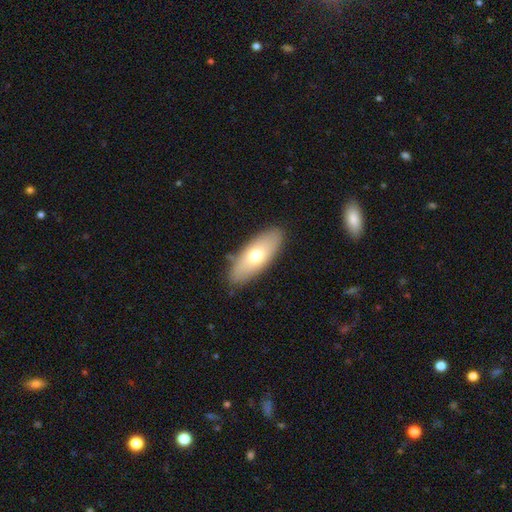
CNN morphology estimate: Smooth or featured? smooth (66%)
How rounded? in between (76%)
Merging? none (85%)